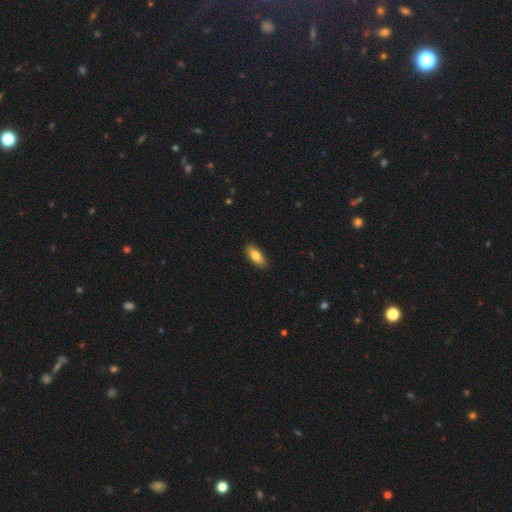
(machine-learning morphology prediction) Smooth or featured?
  - smooth: 80% *
  - featured or disk: 14%
  - star or artifact: 6%
How rounded?
  - in between: 81% *
  - cigar-shaped: 16%
  - round: 2%
Merging?
  - none: 89% *
  - minor disturbance: 9%
  - major disturbance: 2%
  - merger: 1%